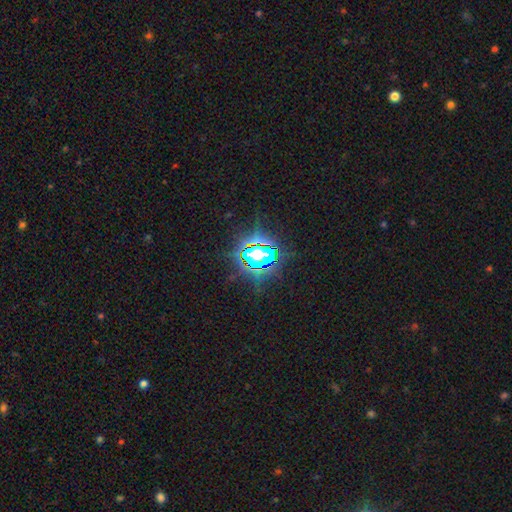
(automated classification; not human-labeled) This is likely a star or artifact rather than a galaxy (70%).